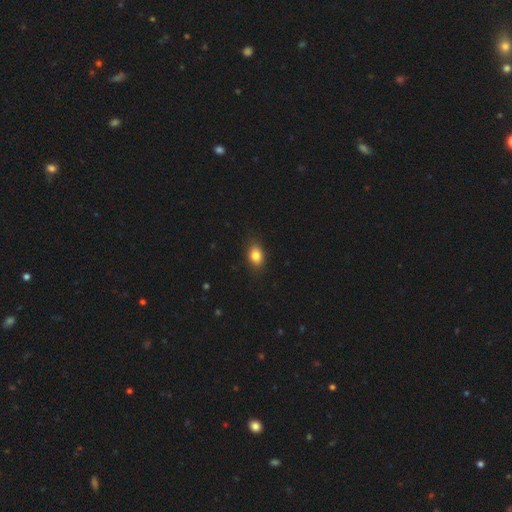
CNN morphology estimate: smooth-or-featured: smooth: 84% | star or artifact: 9% | featured or disk: 7%
  how-rounded: in between: 75% | round: 23% | cigar-shaped: 2%
  merging: none: 86% | minor disturbance: 11% | major disturbance: 2% | merger: 1%